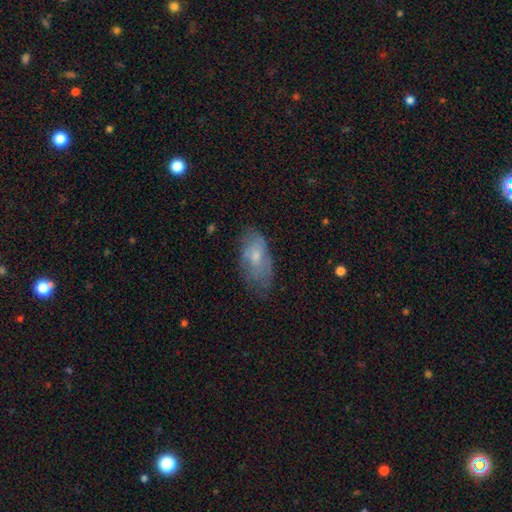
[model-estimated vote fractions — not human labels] This is possibly a smooth galaxy (58%). How rounded: clearly in between (91%). Merging: possibly none (54%).